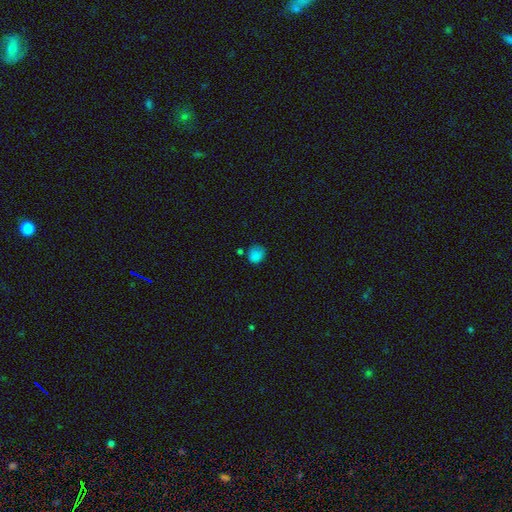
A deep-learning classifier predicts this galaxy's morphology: Smooth or featured: smooth — 80% (star or artifact — 15%)
How rounded: round — 70% (in between — 29%)
Merging: none — 67% (minor disturbance — 20%)